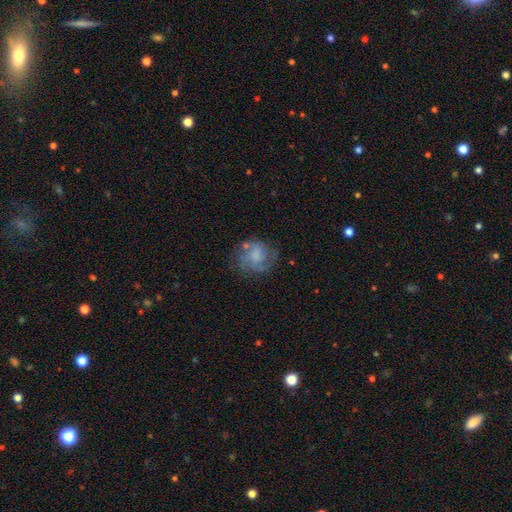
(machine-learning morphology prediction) smooth_or_featured: featured or disk (p=0.51) [alt: smooth p=0.39]
disk_edge_on: no (p=0.98) [alt: yes p=0.02]
merging: none (p=0.59) [alt: minor disturbance p=0.21]